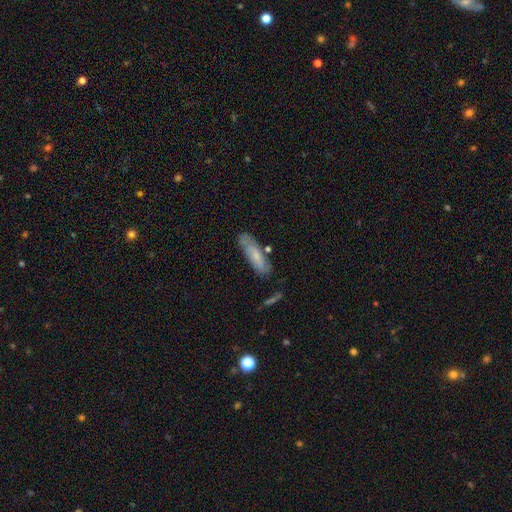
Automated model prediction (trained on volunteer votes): smooth 61%, featured or disk 32%, star or artifact 6%. Down the decision tree: how rounded — cigar-shaped (58%); merging — none (70%).